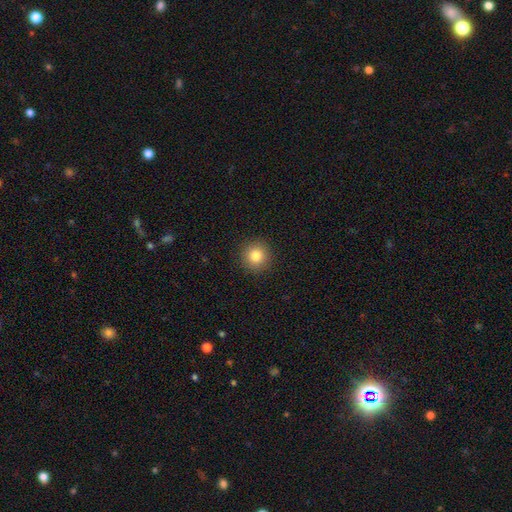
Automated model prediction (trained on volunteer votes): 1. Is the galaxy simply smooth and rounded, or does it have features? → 83% smooth, 11% star or artifact, 7% featured or disk.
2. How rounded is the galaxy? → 94% round, 5% in between, 1% cigar-shaped.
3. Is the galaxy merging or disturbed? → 92% none, 5% minor disturbance, 2% major disturbance, 1% merger.